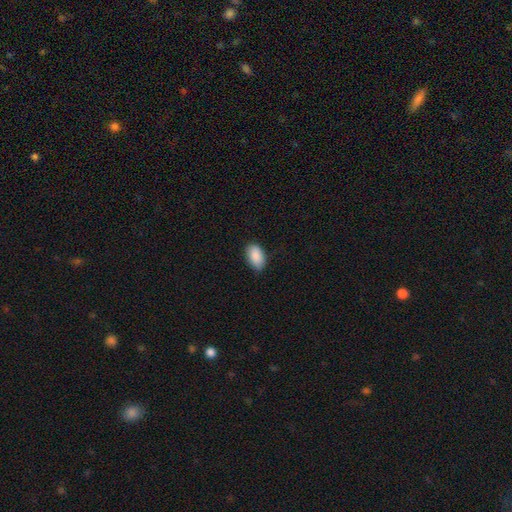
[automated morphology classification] Smooth or featured? Predicted: smooth (p=0.90). How rounded? Predicted: in between (p=0.94). Merging? Predicted: none (p=0.79).